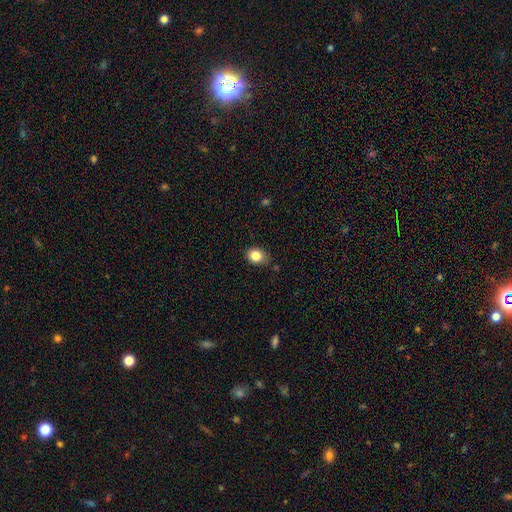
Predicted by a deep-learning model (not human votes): Morphology: type=smooth (84%); roundness=round (58%); merging=none (79%).